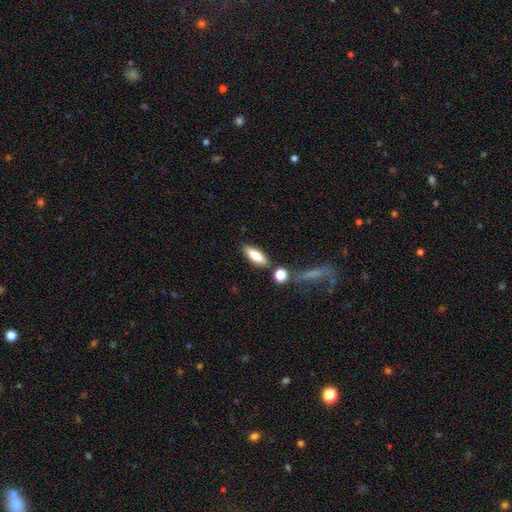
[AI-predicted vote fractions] smooth_or_featured: smooth (p=0.78) [alt: featured or disk p=0.15]
how_rounded: in between (p=0.62) [alt: cigar-shaped p=0.35]
merging: none (p=0.76) [alt: minor disturbance p=0.12]